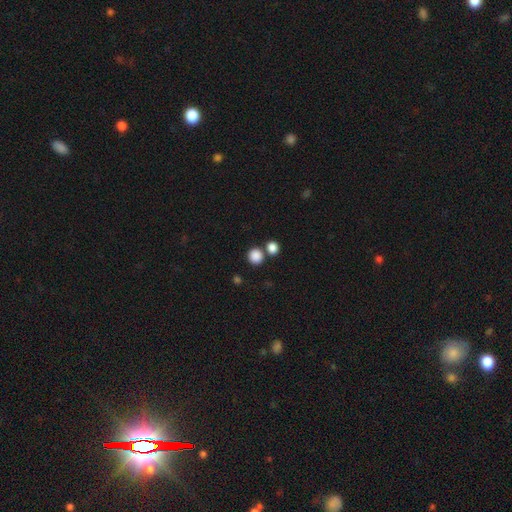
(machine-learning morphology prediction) smooth_or_featured: smooth (p=0.87) [alt: star or artifact p=0.10]
how_rounded: round (p=0.89) [alt: in between p=0.10]
merging: none (p=0.70) [alt: merger p=0.20]